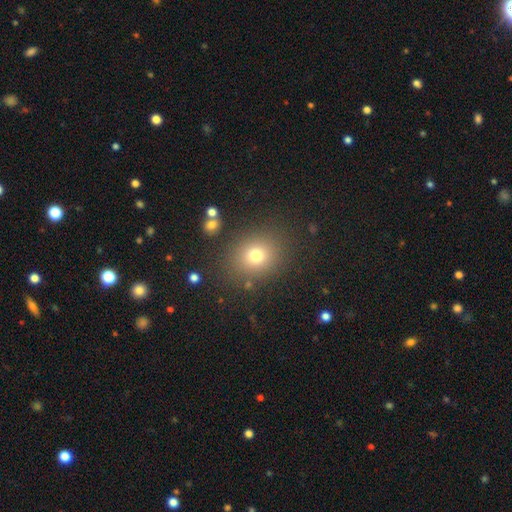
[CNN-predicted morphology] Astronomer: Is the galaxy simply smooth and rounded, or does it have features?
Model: smooth — 74%.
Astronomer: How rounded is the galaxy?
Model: round — 72%.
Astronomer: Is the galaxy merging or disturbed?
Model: none — 84%.